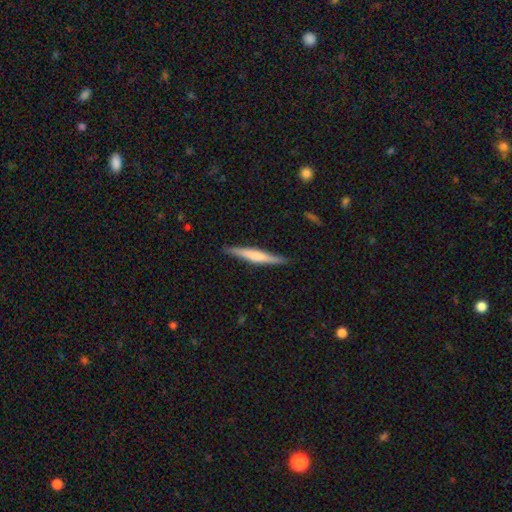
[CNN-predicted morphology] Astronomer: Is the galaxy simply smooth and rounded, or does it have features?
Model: smooth — 49% (runner-up: featured or disk, 46%).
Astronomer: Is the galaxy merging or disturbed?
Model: none — 89%.